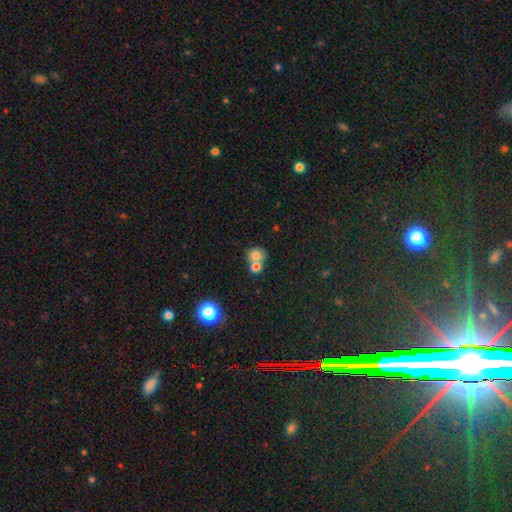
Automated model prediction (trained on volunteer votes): Smooth or featured?
  - smooth: 74% *
  - featured or disk: 15%
  - star or artifact: 12%
How rounded?
  - round: 78% *
  - in between: 21%
  - cigar-shaped: 1%
Merging?
  - merger: 57% *
  - none: 34%
  - minor disturbance: 6%
  - major disturbance: 3%